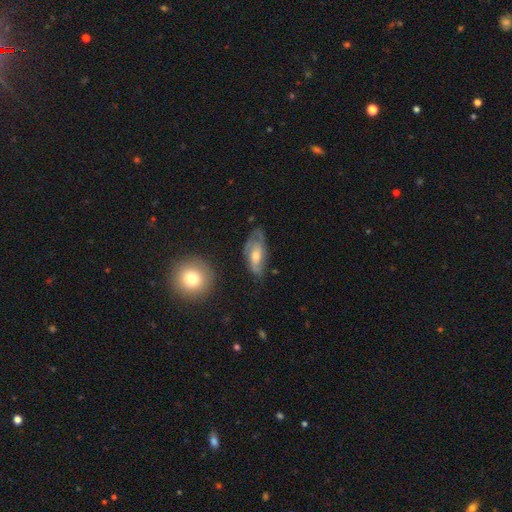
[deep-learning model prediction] This is likely a featured or disk galaxy (62%). It is clearly not viewed edge-on (90%). Bar: likely no (62%). Spiral arm pattern: likely yes (80%). Central bulge: possibly moderate (60%). Merging: possibly none (60%).